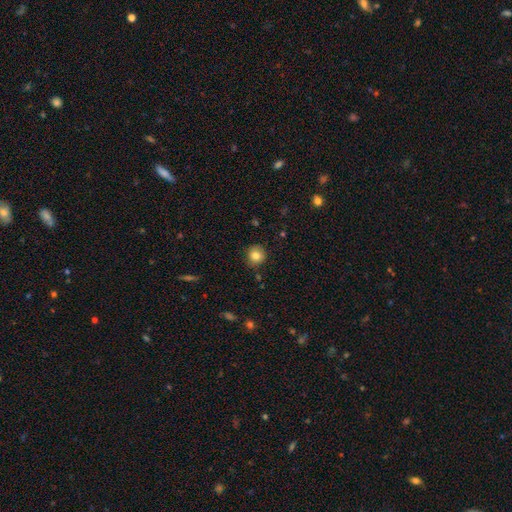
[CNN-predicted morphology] Q: Smooth or featured?
A: smooth (82%); runner-up: star or artifact (11%)
Q: How rounded?
A: round (91%); runner-up: in between (8%)
Q: Merging?
A: none (88%); runner-up: minor disturbance (9%)